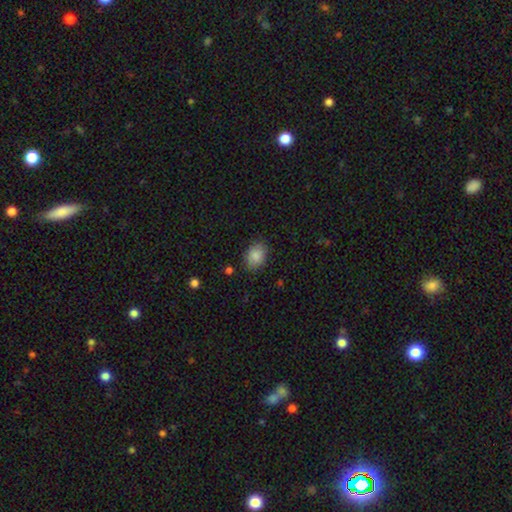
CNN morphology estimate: Smooth or featured?
  - smooth: 87% *
  - star or artifact: 7%
  - featured or disk: 6%
How rounded?
  - in between: 73% *
  - round: 26%
  - cigar-shaped: 1%
Merging?
  - none: 82% *
  - minor disturbance: 13%
  - major disturbance: 3%
  - merger: 1%